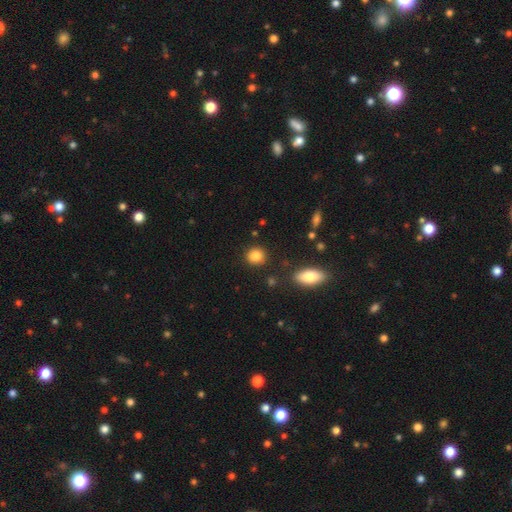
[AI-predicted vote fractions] Q: Smooth or featured?
A: smooth (86%); runner-up: star or artifact (9%)
Q: How rounded?
A: round (81%); runner-up: in between (18%)
Q: Merging?
A: none (87%); runner-up: minor disturbance (8%)